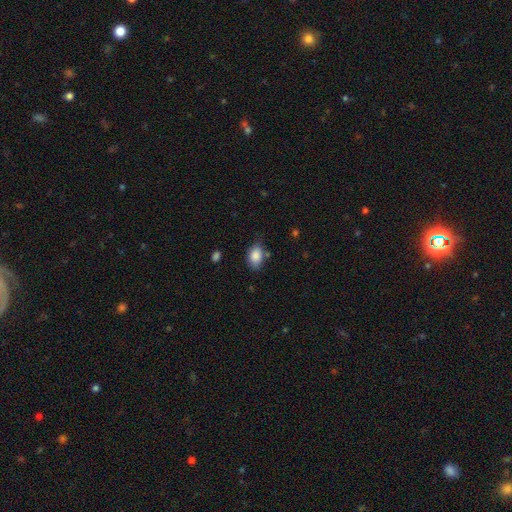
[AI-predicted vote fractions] Smooth or featured?
  - smooth: 87% *
  - star or artifact: 8%
  - featured or disk: 6%
How rounded?
  - in between: 84% *
  - round: 15%
  - cigar-shaped: 1%
Merging?
  - none: 70% *
  - minor disturbance: 22%
  - major disturbance: 4%
  - merger: 4%